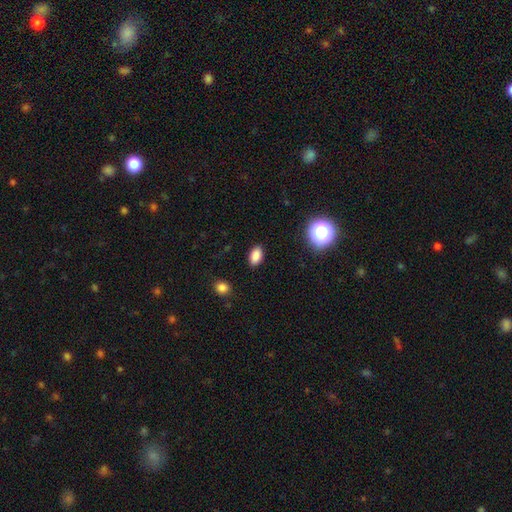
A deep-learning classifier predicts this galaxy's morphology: type=smooth (85%); roundness=in between (89%); merging=none (88%).